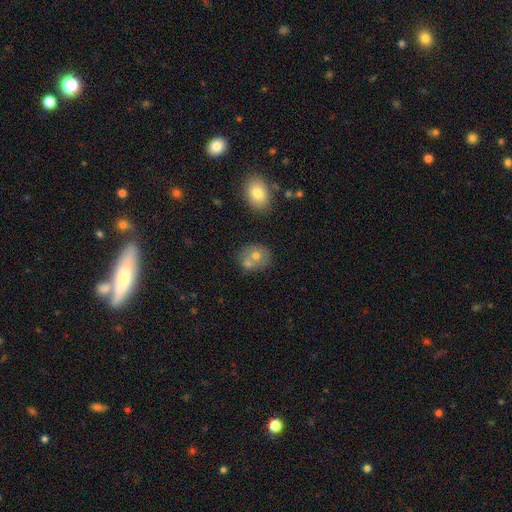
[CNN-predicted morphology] This appears to be a smooth galaxy with no disk features (67%) that is round (68%). Merging: merger (44%).